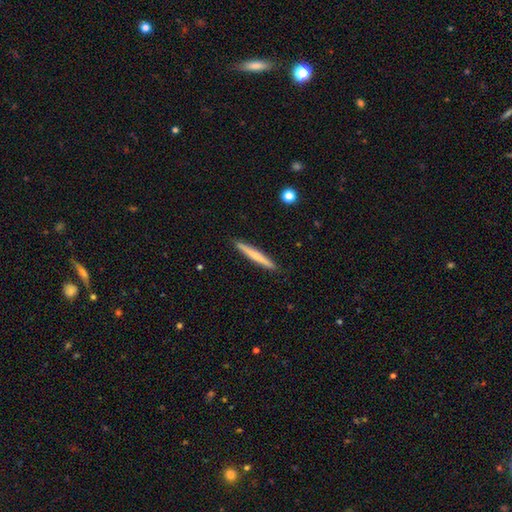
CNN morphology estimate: Smooth or featured? Predicted: smooth (p=0.59). How rounded? Predicted: cigar-shaped (p=0.96). Merging? Predicted: none (p=0.92).